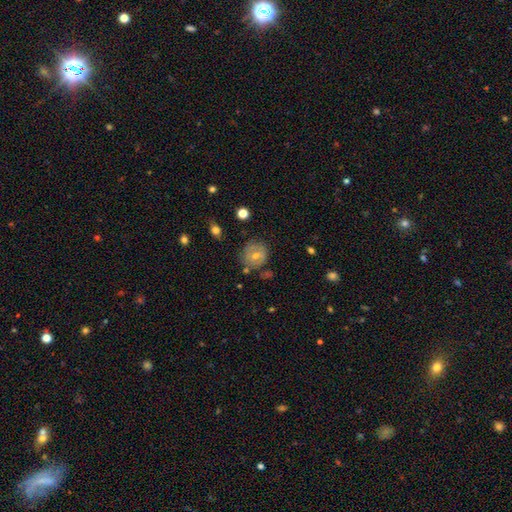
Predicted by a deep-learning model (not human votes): This appears to be a featured or disk galaxy (50%). Merging: none (76%).